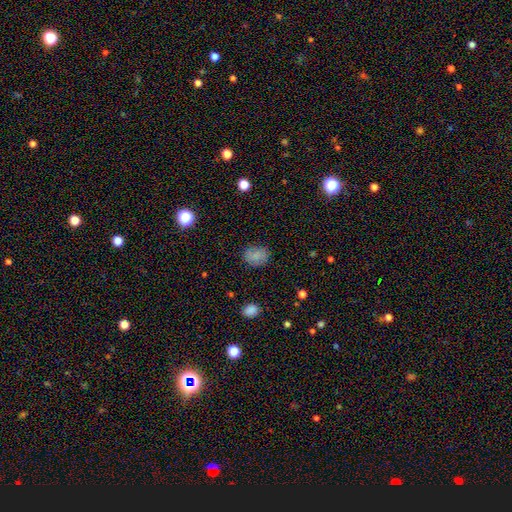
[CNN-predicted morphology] This is clearly a smooth galaxy (81%). How rounded: possibly in between (52%). Merging: clearly none (82%).